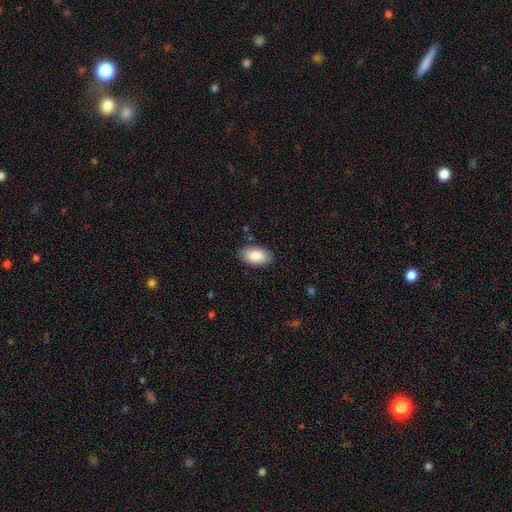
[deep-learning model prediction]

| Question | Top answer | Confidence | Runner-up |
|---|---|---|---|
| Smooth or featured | smooth | 87% | featured or disk (6%) |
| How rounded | in between | 95% | round (4%) |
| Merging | none | 86% | minor disturbance (10%) |